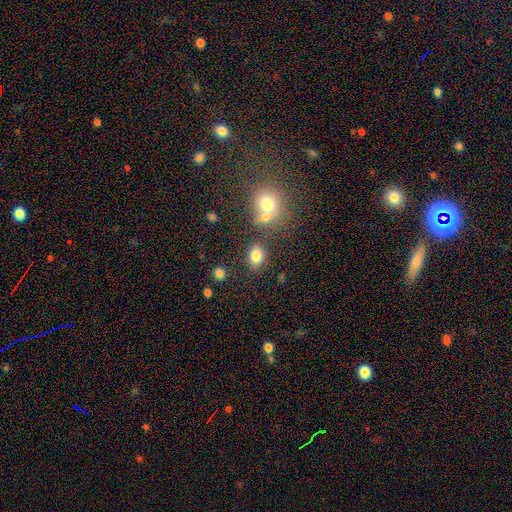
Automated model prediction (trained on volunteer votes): The model was most divided on "how rounded": in between: 74%, round: 25%, cigar-shaped: 1%. More confident: smooth or featured — smooth (82%); merging — none (76%).